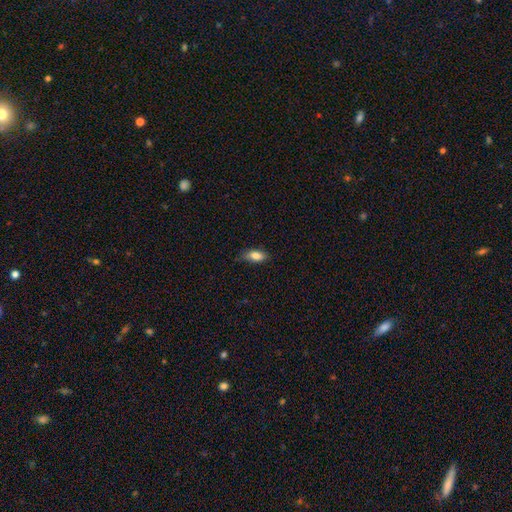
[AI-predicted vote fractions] smooth_or_featured: smooth (p=0.84) [alt: featured or disk p=0.09]
how_rounded: in between (p=0.85) [alt: cigar-shaped p=0.11]
merging: none (p=0.71) [alt: minor disturbance p=0.23]